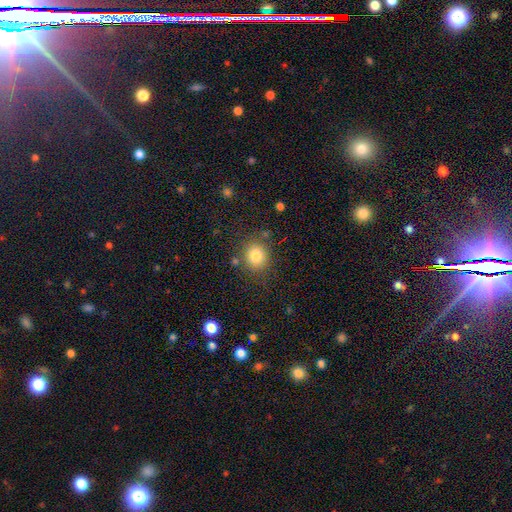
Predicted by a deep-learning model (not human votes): Smooth or featured? smooth (82%)
How rounded? round (79%)
Merging? none (79%)